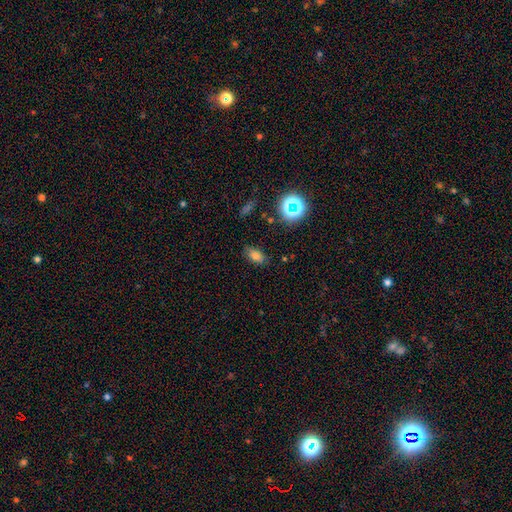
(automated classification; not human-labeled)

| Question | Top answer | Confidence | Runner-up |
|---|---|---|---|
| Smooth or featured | smooth | 74% | star or artifact (17%) |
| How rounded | in between | 87% | round (10%) |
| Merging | none | 82% | minor disturbance (13%) |